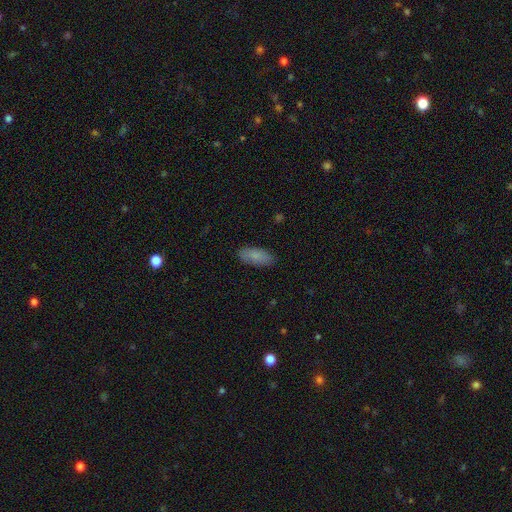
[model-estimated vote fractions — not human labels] Smooth or featured? smooth (85%)
How rounded? in between (82%)
Merging? none (85%)